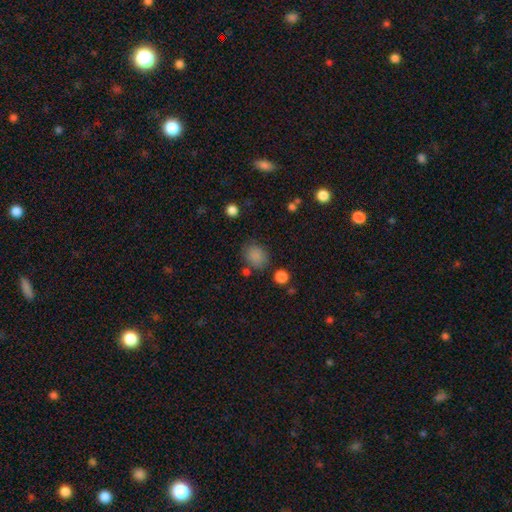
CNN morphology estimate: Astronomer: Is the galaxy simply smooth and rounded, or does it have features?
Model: smooth — 83%.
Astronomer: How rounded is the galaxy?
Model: round — 58% (runner-up: in between, 41%).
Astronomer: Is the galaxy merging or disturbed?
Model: none — 73%.